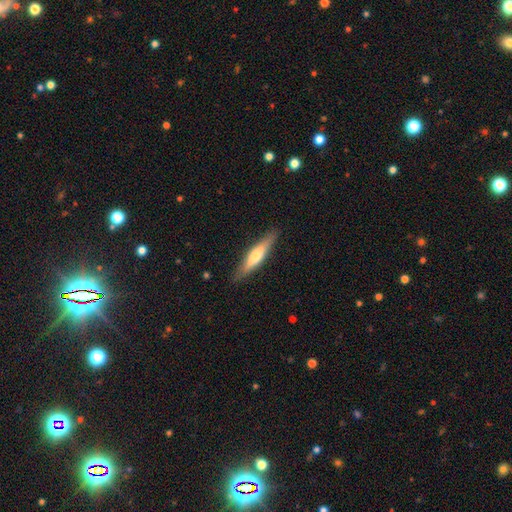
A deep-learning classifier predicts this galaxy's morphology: Q: Smooth or featured?
A: smooth (49%); runner-up: featured or disk (46%)
Q: Merging?
A: none (88%); runner-up: minor disturbance (9%)